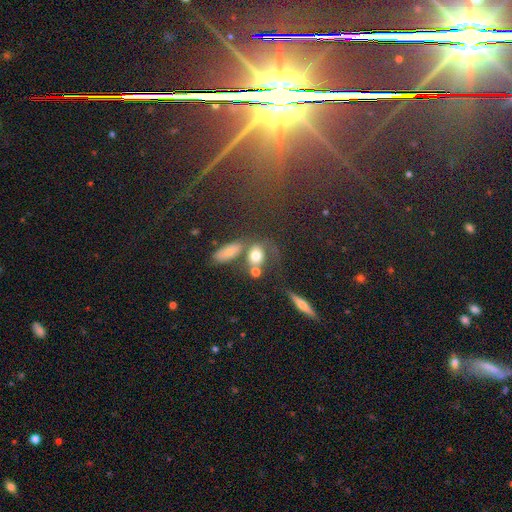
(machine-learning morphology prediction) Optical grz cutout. It shows a smooth galaxy with no disk features (70%) that is in between round and cigar-shaped (48%, tied with round). Merging: none (41%).